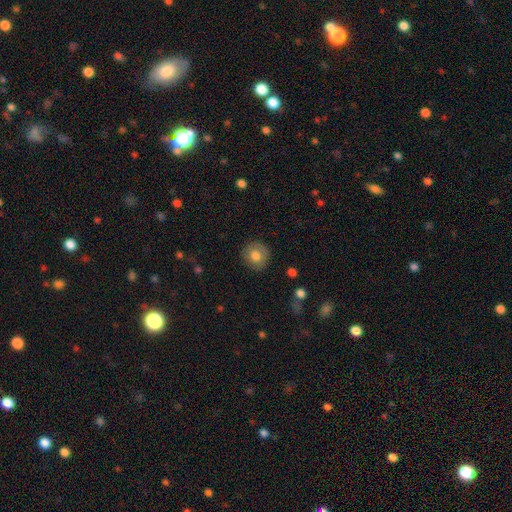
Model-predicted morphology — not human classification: smooth 74%, featured or disk 18%, star or artifact 8%. Down the decision tree: how rounded — round (88%); merging — none (85%).